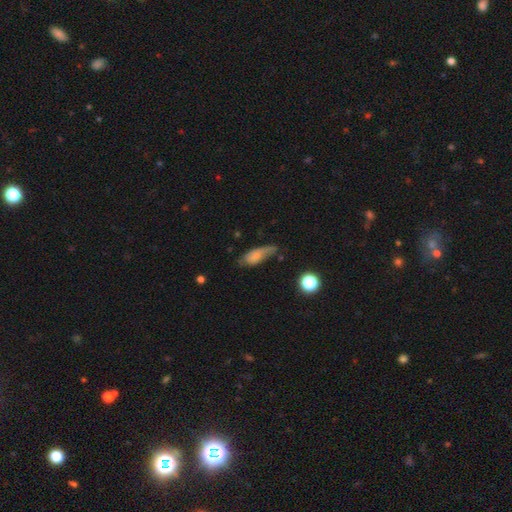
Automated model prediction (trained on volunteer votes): A smooth galaxy with no disk features (69%) that is in between round and cigar-shaped (70%). Merging: none (43%).